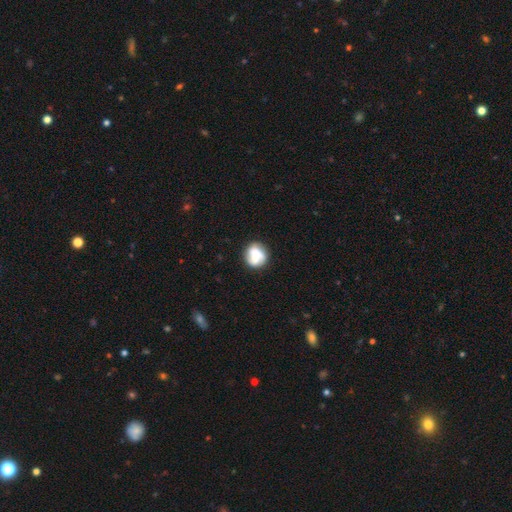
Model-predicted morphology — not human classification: Smooth or featured: smooth — 56% (featured or disk — 36%)
How rounded: round — 76% (in between — 23%)
Merging: none — 56% (minor disturbance — 21%)